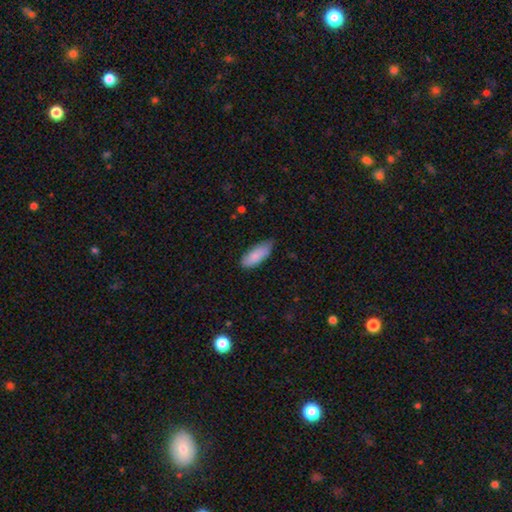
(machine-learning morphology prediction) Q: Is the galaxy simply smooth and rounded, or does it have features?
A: smooth — 84%.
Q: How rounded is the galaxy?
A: in between — 81%.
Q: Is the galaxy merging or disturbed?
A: none — 69%.